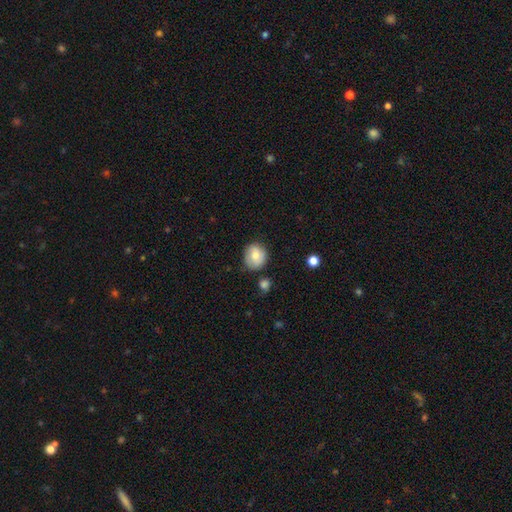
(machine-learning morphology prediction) Smooth or featured? smooth (73%)
How rounded? round (76%)
Merging? none (73%)